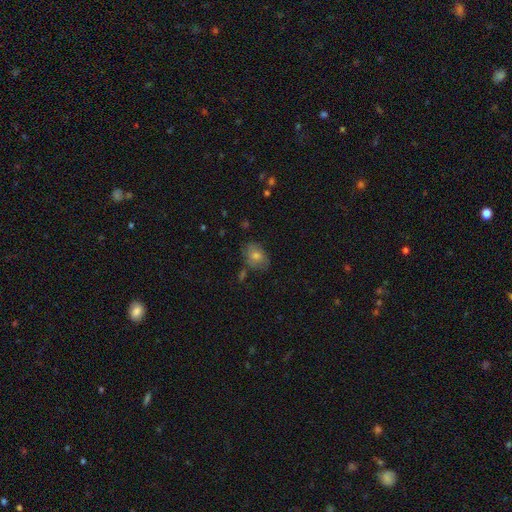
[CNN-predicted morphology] This appears to be a smooth galaxy with no disk features (58%) that is in between round and cigar-shaped (66%). Merging: none (71%).